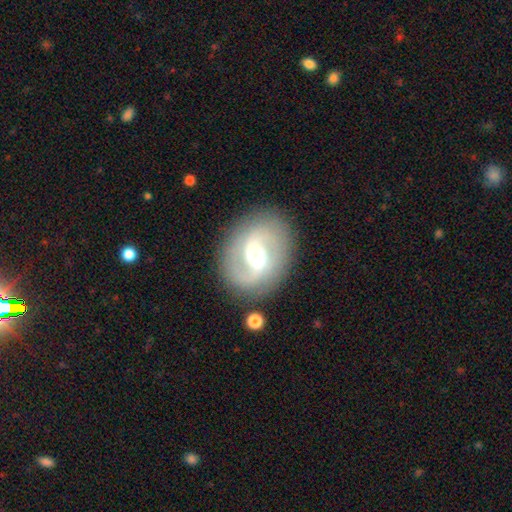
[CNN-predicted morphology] Smooth or featured? featured or disk (80%)
Edge-on disk? no (97%)
Bar? weak (52%)
Spiral arms? yes (89%)
Spiral winding? medium (48%)
Spiral arm count? 2 (89%)
Bulge size? moderate (69%)
Merging? none (84%)